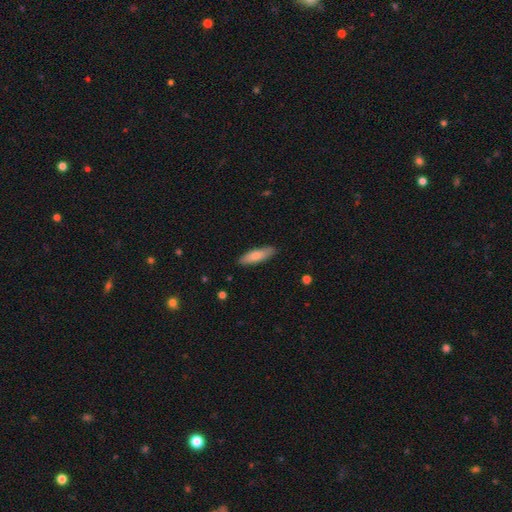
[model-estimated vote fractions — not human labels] Morphology: type=smooth (77%); roundness=cigar-shaped (49%, tied with in between); merging=none (86%).